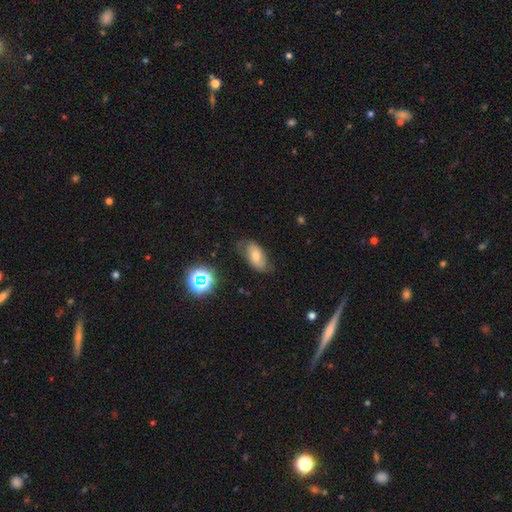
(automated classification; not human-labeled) This is possibly a smooth galaxy (54%). How rounded: clearly in between (91%). Merging: likely none (63%).